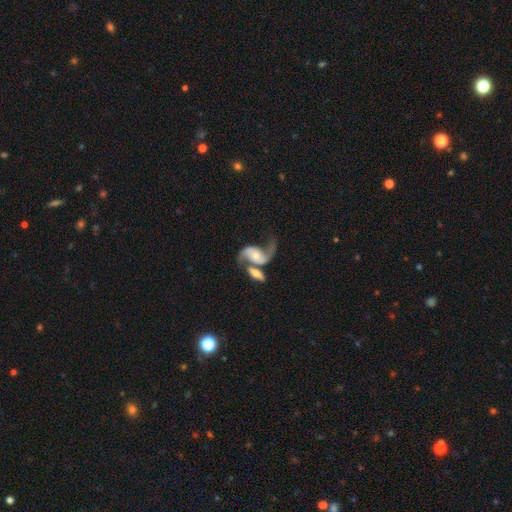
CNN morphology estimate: This appears to be a featured or disk galaxy (81%) with no bar (58%), 2 (81%) loose (66%) spiral arms (93%) and a moderate central bulge (49%). Merging: merger (48%).